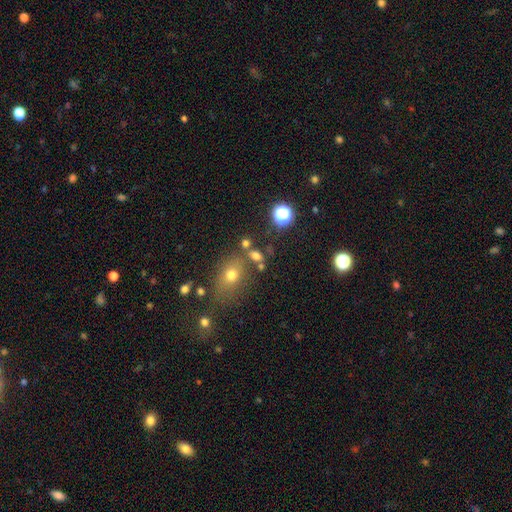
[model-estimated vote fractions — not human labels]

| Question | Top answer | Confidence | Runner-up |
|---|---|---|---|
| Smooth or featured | smooth | 67% | star or artifact (21%) |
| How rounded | in between | 65% | round (29%) |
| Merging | none | 61% | merger (21%) |